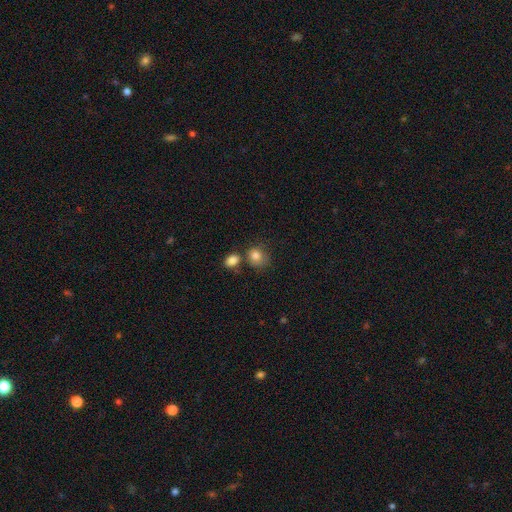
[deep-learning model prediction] The model was most divided on "merging": none: 51%, merger: 24%, minor disturbance: 18%, major disturbance: 7%. More confident: smooth or featured — smooth (82%); how rounded — round (69%).